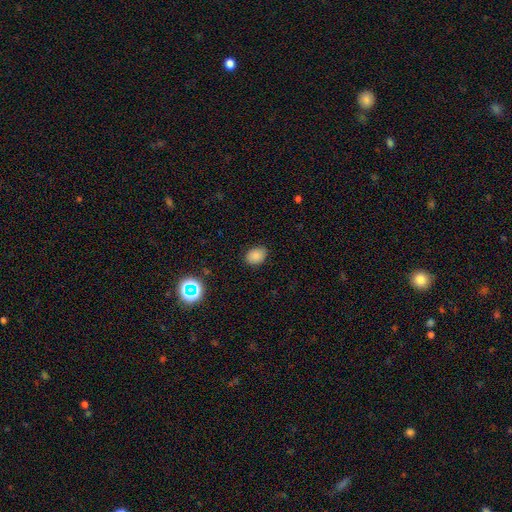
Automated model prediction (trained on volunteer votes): Smooth or featured: smooth — 84% (star or artifact — 12%)
How rounded: in between — 68% (round — 31%)
Merging: none — 85% (minor disturbance — 11%)